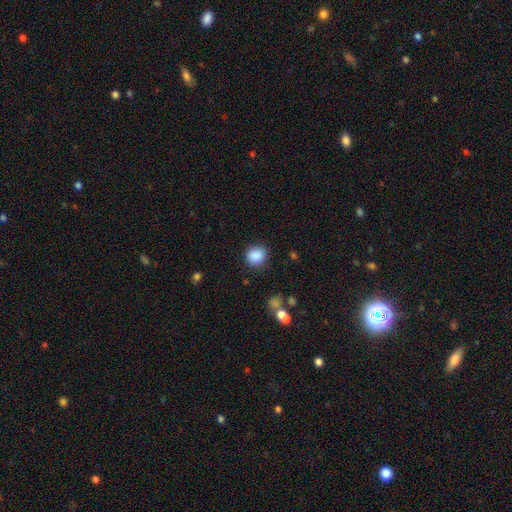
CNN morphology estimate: smooth 88%, star or artifact 9%, featured or disk 3%. Down the decision tree: how rounded — round (78%); merging — none (83%).